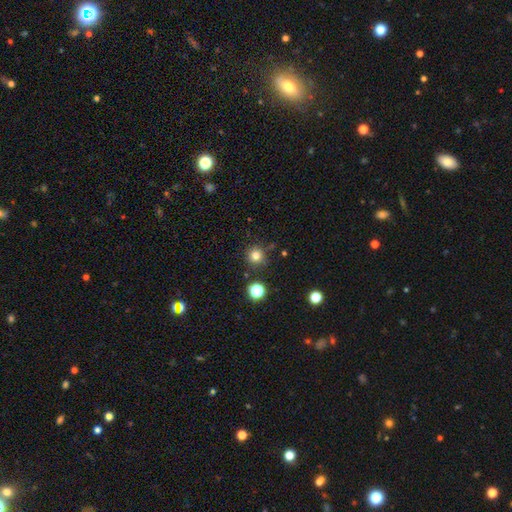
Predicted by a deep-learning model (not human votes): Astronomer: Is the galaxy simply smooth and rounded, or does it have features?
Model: smooth — 80%.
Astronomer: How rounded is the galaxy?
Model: round — 94%.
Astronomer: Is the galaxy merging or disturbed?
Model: none — 86%.